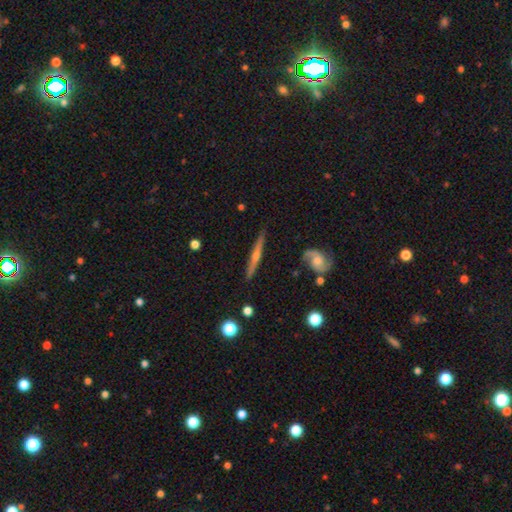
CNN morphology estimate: Smooth or featured: featured or disk — 75% (smooth — 20%)
Edge-on disk: yes — 96% (no — 4%)
Edge-on bulge: rounded — 81% (none — 15%)
Merging: none — 87% (minor disturbance — 9%)